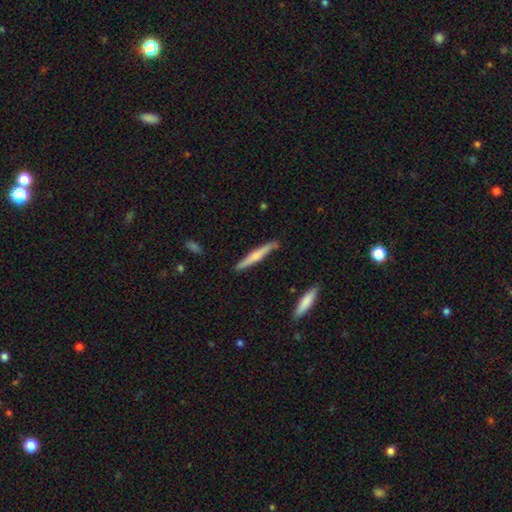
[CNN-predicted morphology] This appears to be a smooth galaxy with no disk features (52%) that is cigar-shaped (94%). Merging: none (86%).